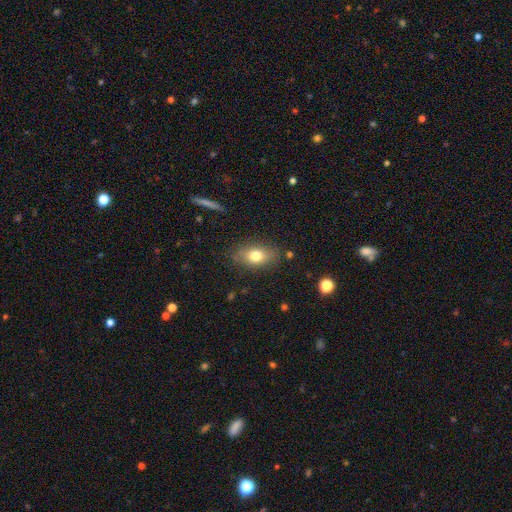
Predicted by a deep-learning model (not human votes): This is likely a smooth galaxy (75%). How rounded: clearly in between (82%). Merging: clearly none (82%).